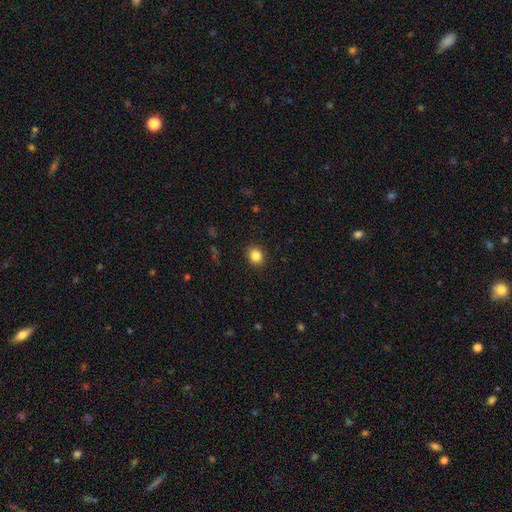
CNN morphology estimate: type=smooth (85%); roundness=round (69%); merging=none (90%).